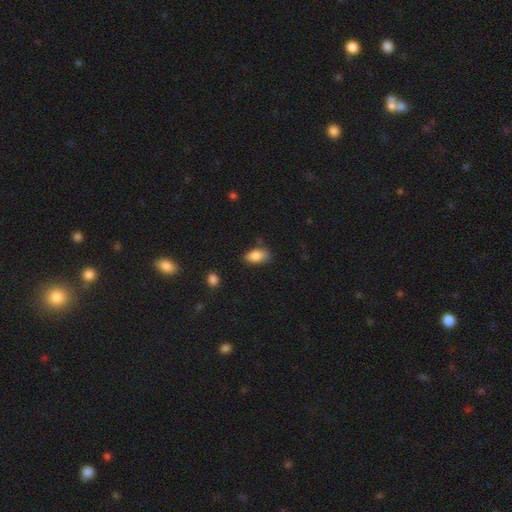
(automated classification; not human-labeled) smooth 84%, star or artifact 8%, featured or disk 8%. Down the decision tree: how rounded — in between (91%); merging — none (70%).